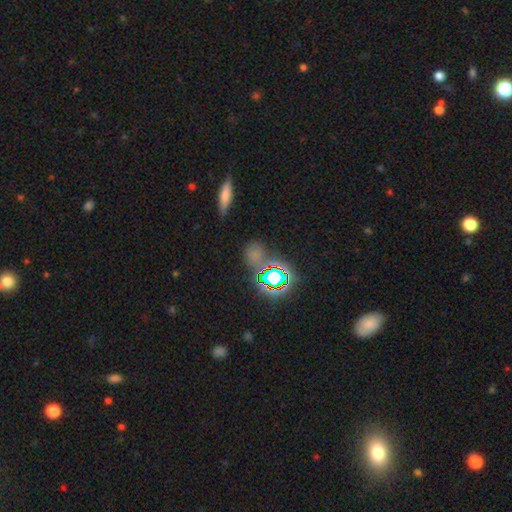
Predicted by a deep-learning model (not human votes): This is possibly a smooth galaxy (46%). Merging: likely none (68%).